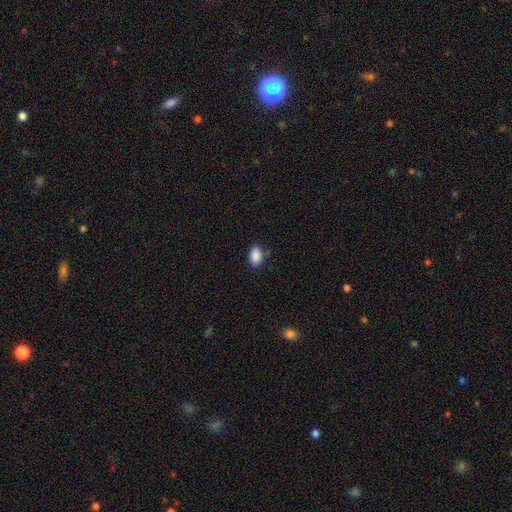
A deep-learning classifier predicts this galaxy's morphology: type=smooth (89%); roundness=in between (93%); merging=none (81%).